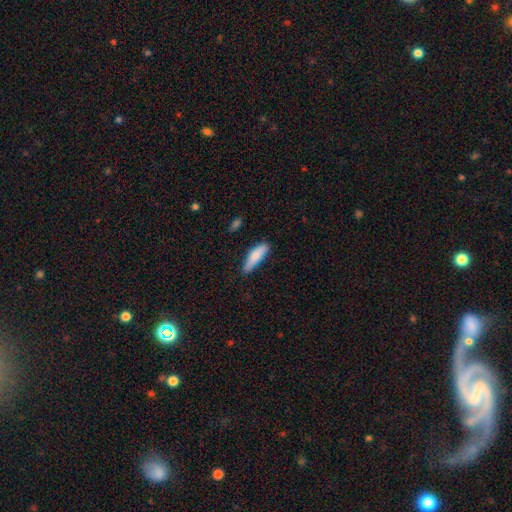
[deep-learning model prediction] Morphology: type=smooth (82%); roundness=cigar-shaped (59%); merging=none (67%).